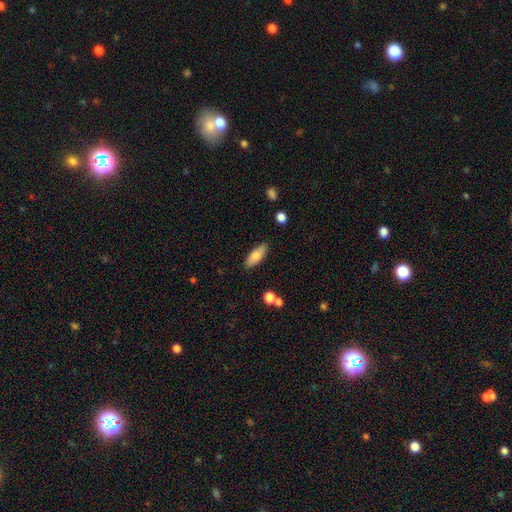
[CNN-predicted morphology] Q: Smooth or featured?
A: smooth (78%); runner-up: featured or disk (15%)
Q: How rounded?
A: in between (70%); runner-up: cigar-shaped (28%)
Q: Merging?
A: none (85%); runner-up: minor disturbance (11%)